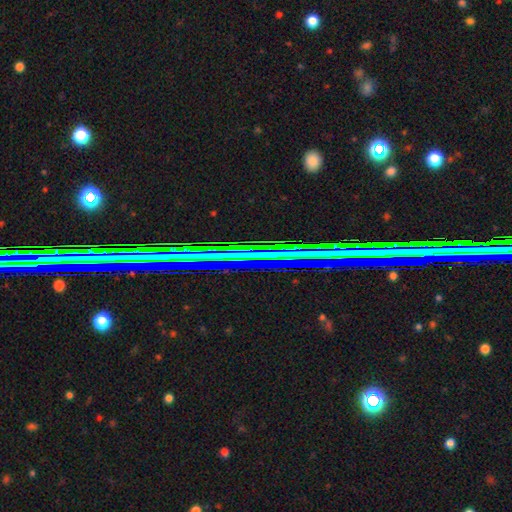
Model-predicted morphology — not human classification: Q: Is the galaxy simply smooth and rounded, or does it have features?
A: star or artifact — 77%.